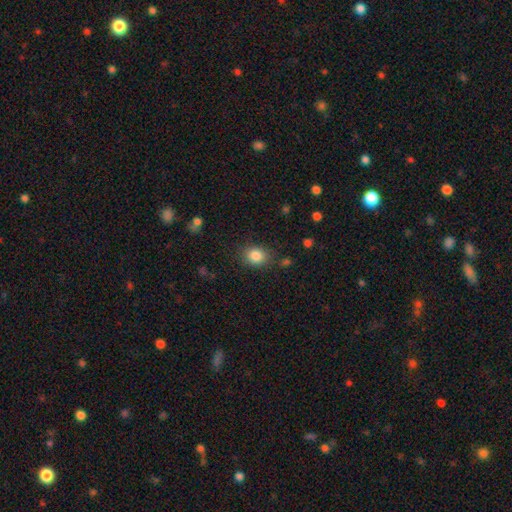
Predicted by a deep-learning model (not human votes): This appears to be a smooth galaxy with no disk features (84%) that is round (60%). Merging: none (82%).